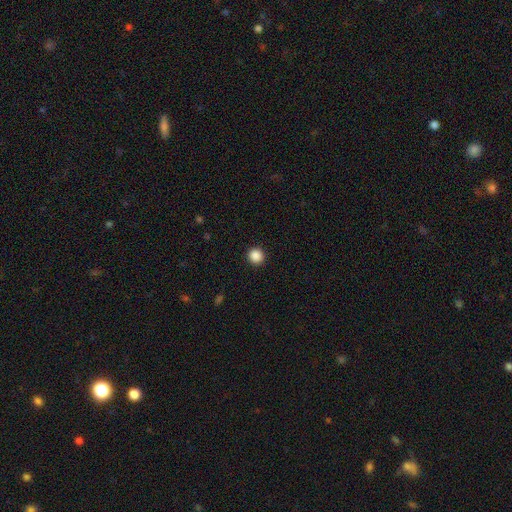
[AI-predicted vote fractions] smooth-or-featured: smooth: 87% | star or artifact: 10% | featured or disk: 3%
  how-rounded: round: 94% | in between: 5% | cigar-shaped: 1%
  merging: none: 93% | minor disturbance: 4% | major disturbance: 2% | merger: 1%